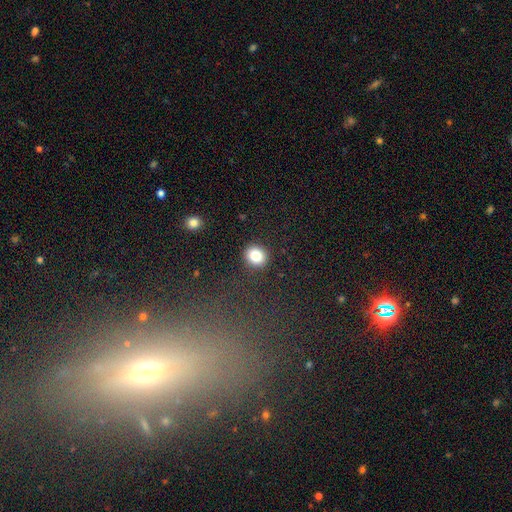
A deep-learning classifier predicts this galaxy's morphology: This appears to be a smooth galaxy with no disk features (83%) that is round (79%). Merging: none (90%).